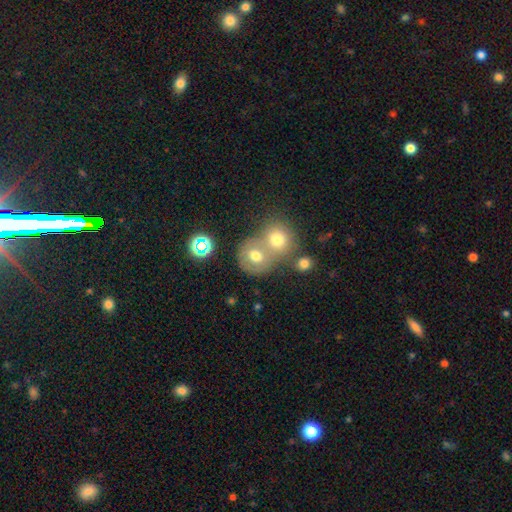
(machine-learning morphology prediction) smooth_or_featured: smooth (p=0.67) [alt: featured or disk p=0.19]
how_rounded: round (p=0.79) [alt: in between p=0.20]
merging: merger (p=0.53) [alt: none p=0.36]